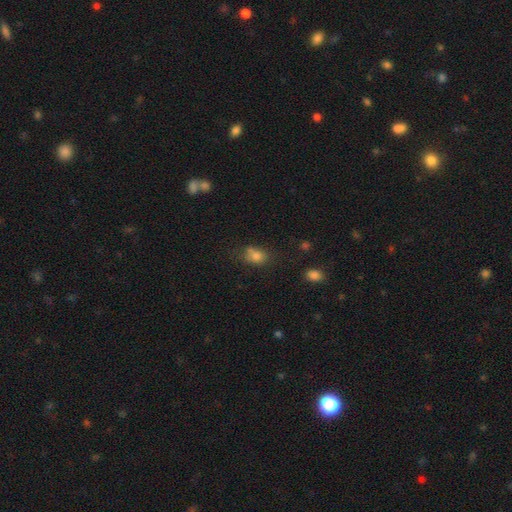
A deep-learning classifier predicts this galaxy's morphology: The model was most divided on "merging": none: 52%, minor disturbance: 25%, merger: 14%, major disturbance: 10%. More confident: smooth or featured — smooth (76%); how rounded — in between (68%).